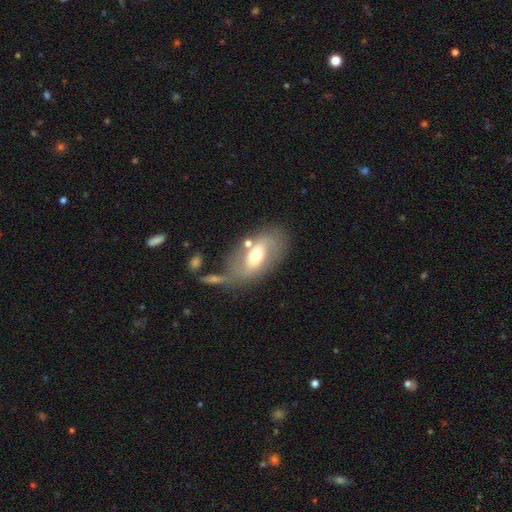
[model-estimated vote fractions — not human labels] Smooth or featured?
  - featured or disk: 50% *
  - smooth: 43%
  - star or artifact: 7%
Edge-on disk?
  - no: 89% *
  - yes: 11%
Merging?
  - none: 56% *
  - minor disturbance: 18%
  - merger: 16%
  - major disturbance: 10%